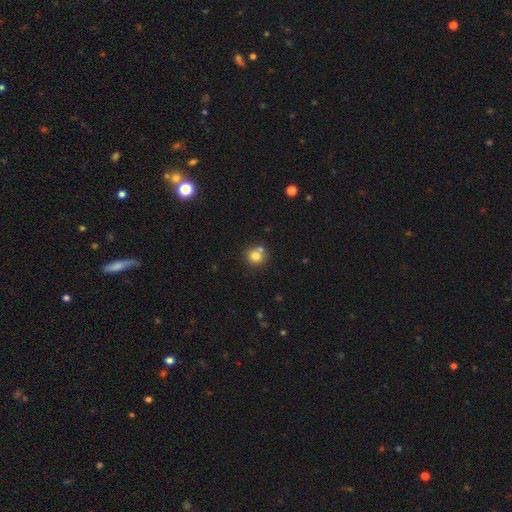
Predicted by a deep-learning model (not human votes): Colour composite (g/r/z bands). It shows a smooth galaxy with no disk features (79%) that is round (89%). Merging: none (63%).